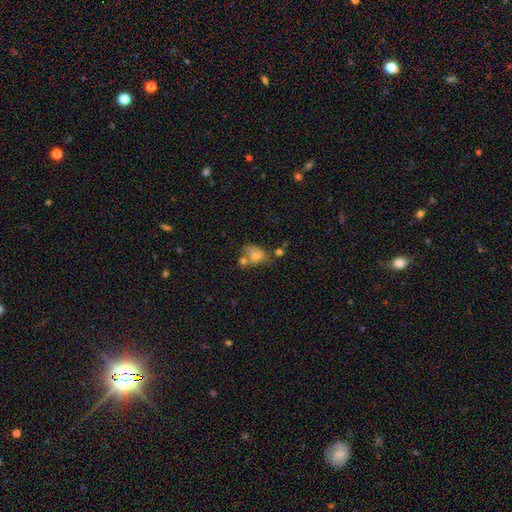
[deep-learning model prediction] Smooth or featured? smooth (66%)
How rounded? in between (72%)
Merging? merger (39%)